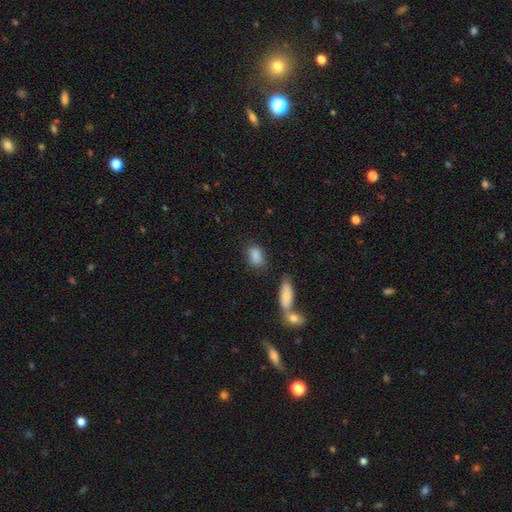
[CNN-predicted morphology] Q: Smooth or featured?
A: smooth (86%); runner-up: star or artifact (8%)
Q: How rounded?
A: in between (83%); runner-up: round (13%)
Q: Merging?
A: none (69%); runner-up: minor disturbance (17%)